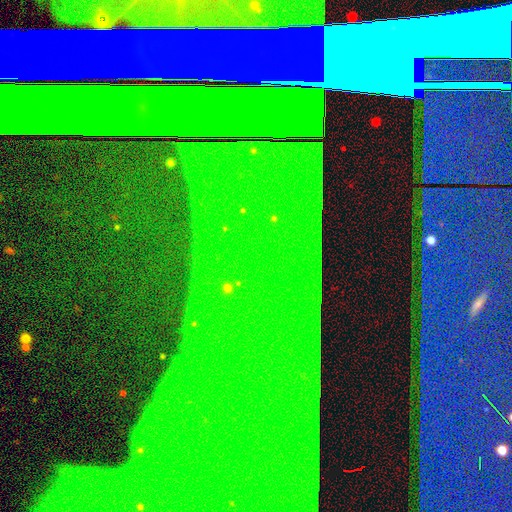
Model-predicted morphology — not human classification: Smooth or featured? star or artifact (86%)